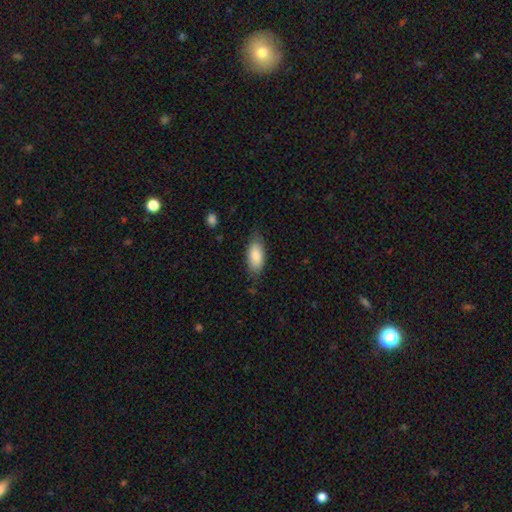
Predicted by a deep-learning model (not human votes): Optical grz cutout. It shows a smooth galaxy with no disk features (86%) that is in between round and cigar-shaped (89%). Merging: none (75%).